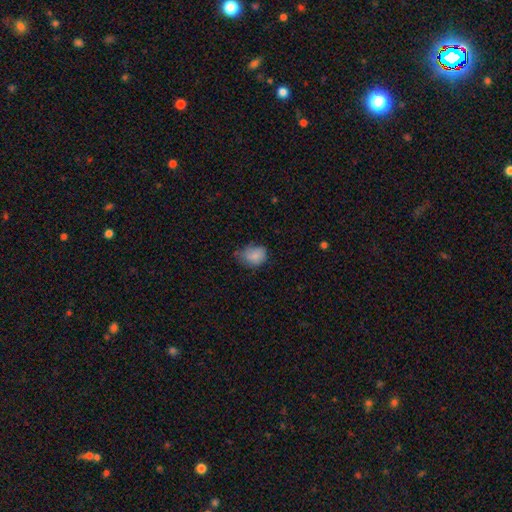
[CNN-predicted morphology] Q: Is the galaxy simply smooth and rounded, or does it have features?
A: smooth — 82%.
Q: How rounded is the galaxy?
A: in between — 60%.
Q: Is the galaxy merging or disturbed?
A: none — 47%.